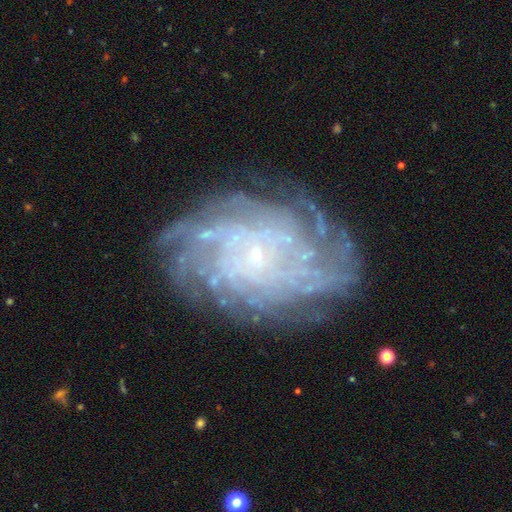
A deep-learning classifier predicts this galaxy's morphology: type=featured or disk (86%); edge-on=no (97%); bar=no (76%); spiral arms=yes (95%); winding=tight (75%); arm count=more than 4 (37%); bulge=small (89%); merging=none (78%).